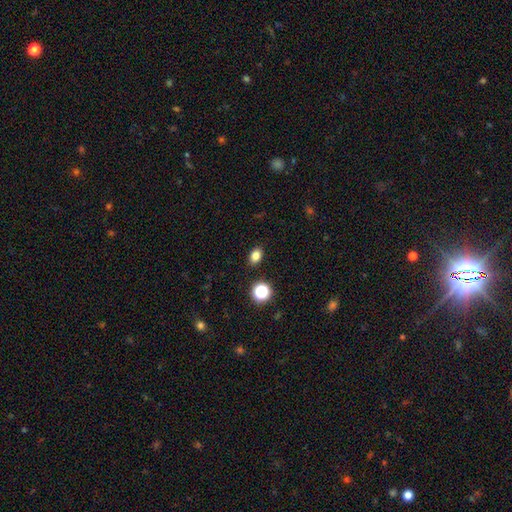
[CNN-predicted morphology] Smooth or featured? smooth (81%)
How rounded? in between (72%)
Merging? none (88%)